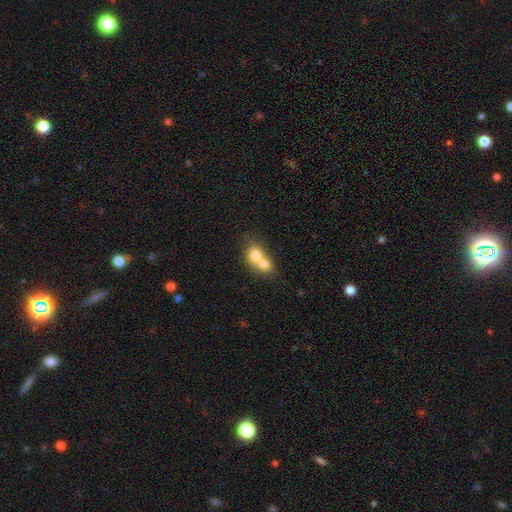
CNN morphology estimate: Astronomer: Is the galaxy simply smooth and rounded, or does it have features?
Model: smooth — 72%.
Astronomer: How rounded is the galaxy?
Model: round — 59% (runner-up: in between, 40%).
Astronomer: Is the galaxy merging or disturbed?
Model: merger — 74%.